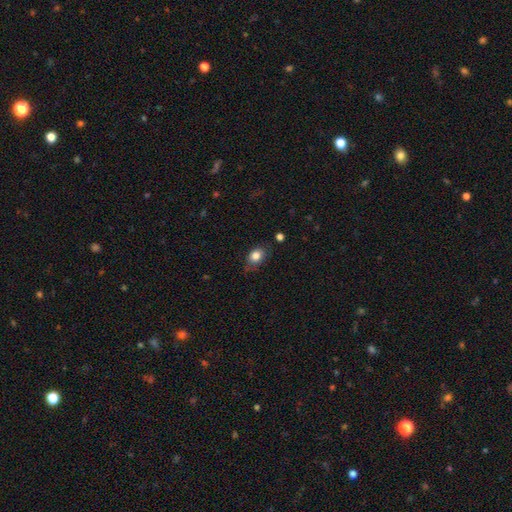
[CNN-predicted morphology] type=smooth (82%); roundness=in between (73%); merging=none (69%).